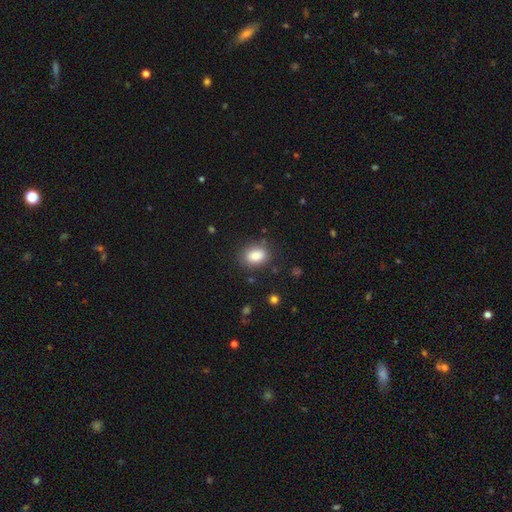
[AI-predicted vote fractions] smooth-or-featured: smooth: 86% | star or artifact: 8% | featured or disk: 5%
  how-rounded: in between: 74% | round: 25% | cigar-shaped: 1%
  merging: none: 81% | minor disturbance: 13% | major disturbance: 4% | merger: 2%